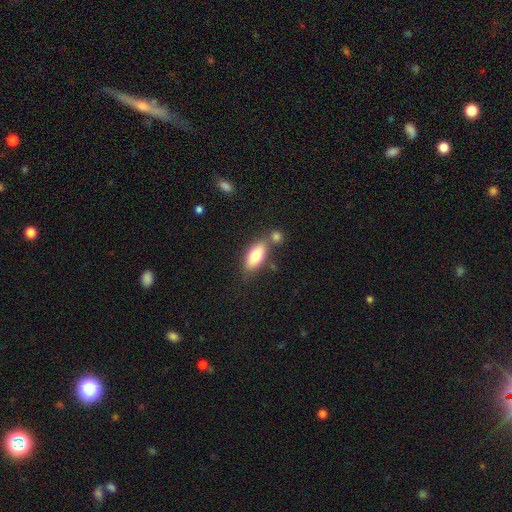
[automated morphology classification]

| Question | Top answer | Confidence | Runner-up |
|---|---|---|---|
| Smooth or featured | smooth | 74% | featured or disk (19%) |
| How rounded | in between | 81% | cigar-shaped (16%) |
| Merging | none | 60% | merger (21%) |